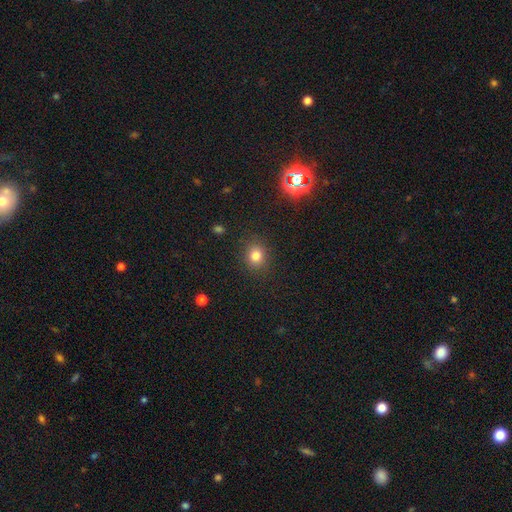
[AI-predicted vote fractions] smooth-or-featured: smooth: 78% | star or artifact: 15% | featured or disk: 7%
  how-rounded: round: 75% | in between: 24% | cigar-shaped: 1%
  merging: none: 87% | minor disturbance: 9% | major disturbance: 3% | merger: 1%